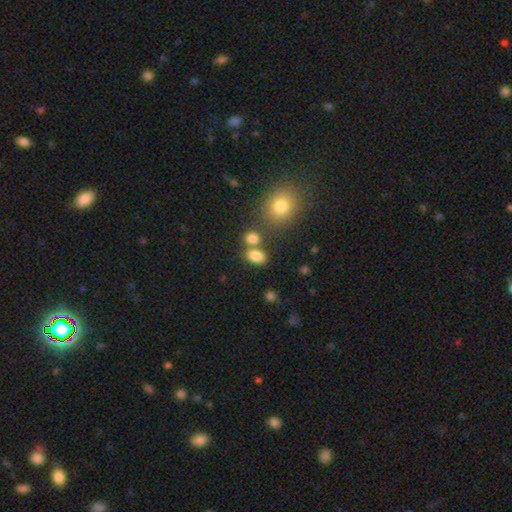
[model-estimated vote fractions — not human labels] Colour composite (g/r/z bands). It shows a smooth galaxy with no disk features (82%) that is in between round and cigar-shaped (83%). Merging: none (55%).